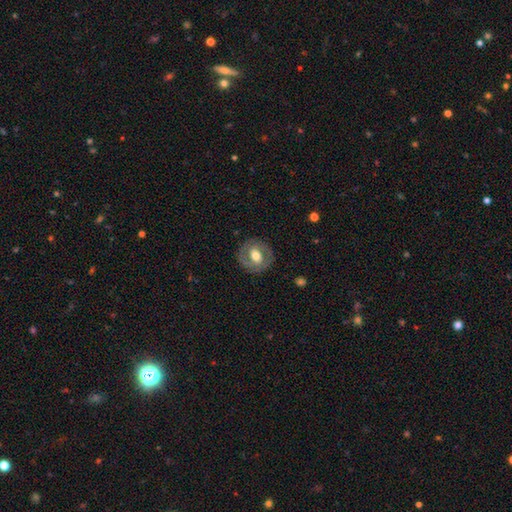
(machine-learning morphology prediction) Smooth or featured? featured or disk (55%)
Edge-on disk? no (95%)
Bar? no (44%)
Spiral arms? no (63%)
Bulge size? moderate (68%)
Merging? none (83%)